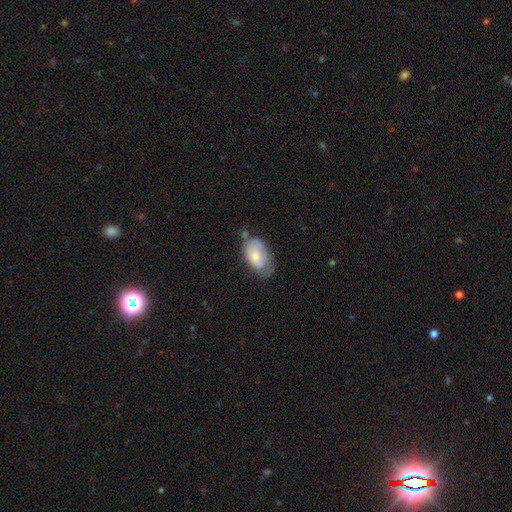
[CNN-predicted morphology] smooth_or_featured: smooth (p=0.63) [alt: featured or disk p=0.30]
how_rounded: in between (p=0.91) [alt: round p=0.08]
merging: none (p=0.41) [alt: minor disturbance p=0.37]